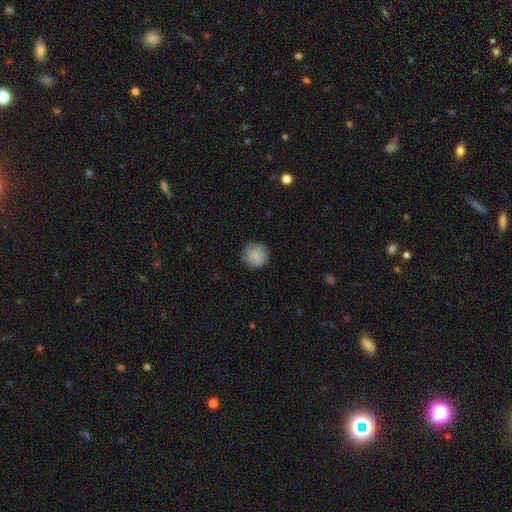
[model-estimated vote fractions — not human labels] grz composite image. It shows a smooth galaxy with no disk features (84%) that is round (94%). Merging: none (84%).